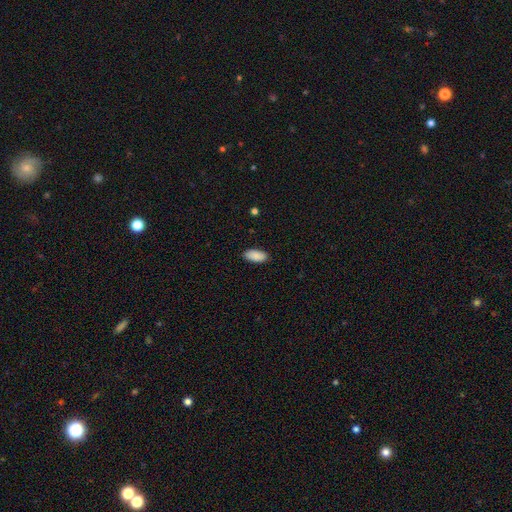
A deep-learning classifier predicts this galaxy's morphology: Overall: smooth (90%). How rounded: in between (92%). Merging: none (89%).